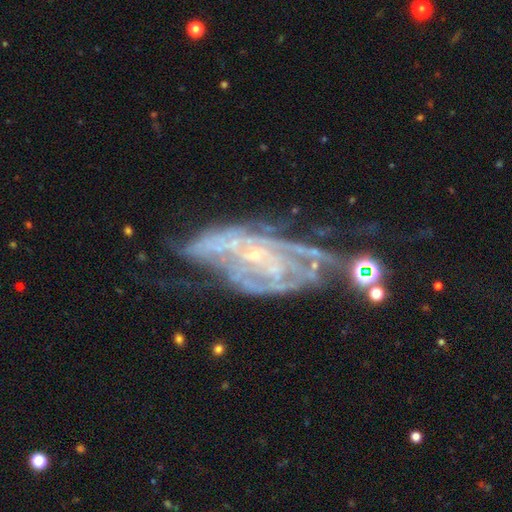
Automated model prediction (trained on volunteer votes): Smooth or featured: featured or disk — 80% (star or artifact — 11%)
Edge-on disk: no — 92% (yes — 8%)
Bar: no — 66% (weak — 23%)
Spiral arms: yes — 81% (no — 19%)
Spiral winding: tight — 58% (medium — 30%)
Spiral arm count: can't tell — 46% (2 — 20%)
Bulge size: small — 81% (moderate — 11%)
Merging: none — 38% (major disturbance — 28%)